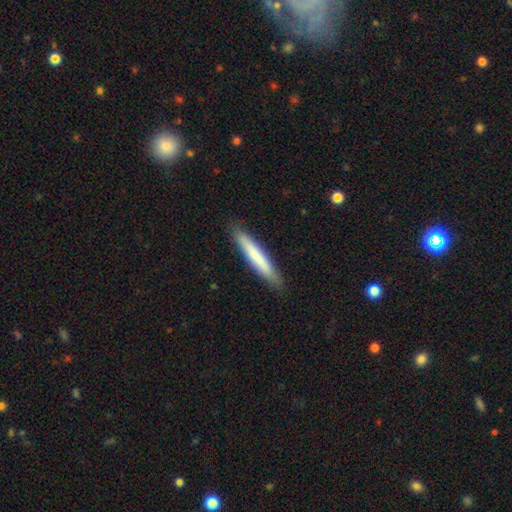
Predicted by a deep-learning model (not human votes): A smooth galaxy with no disk features (65%) that is cigar-shaped (95%). Merging: none (89%).